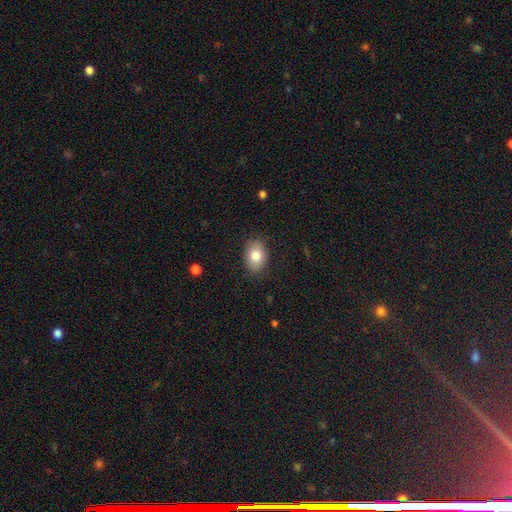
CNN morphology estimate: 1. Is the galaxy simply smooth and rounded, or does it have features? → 82% smooth, 10% featured or disk, 8% star or artifact.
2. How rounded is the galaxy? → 77% in between, 22% round, 1% cigar-shaped.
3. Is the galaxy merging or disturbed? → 86% none, 11% minor disturbance, 3% major disturbance, 1% merger.